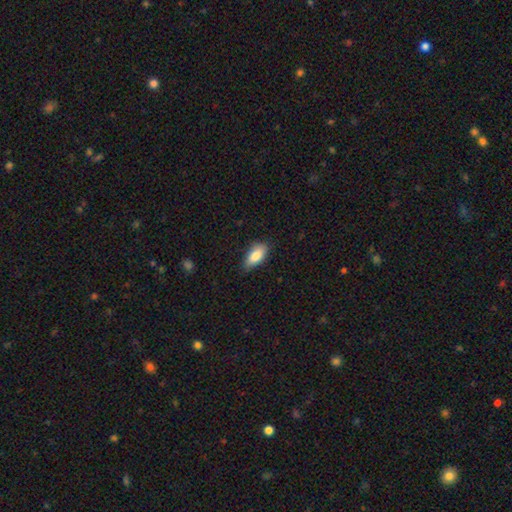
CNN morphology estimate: A smooth galaxy with no disk features (85%) that is in between round and cigar-shaped (86%). Merging: none (77%).